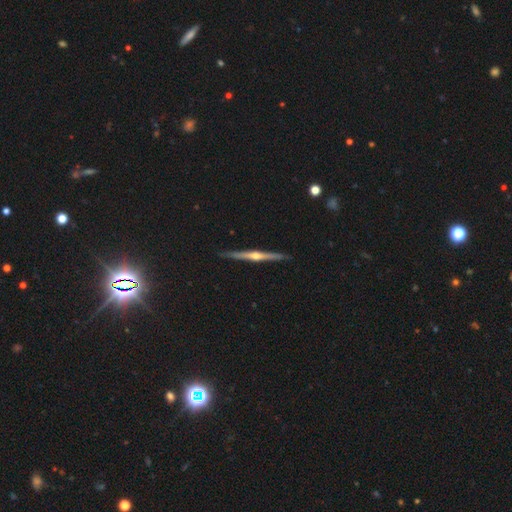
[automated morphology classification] smooth_or_featured: featured or disk (p=0.78) [alt: smooth p=0.17]
disk_edge_on: yes (p=0.98) [alt: no p=0.02]
edge_on_bulge: rounded (p=0.90) [alt: none p=0.07]
merging: none (p=0.90) [alt: minor disturbance p=0.07]